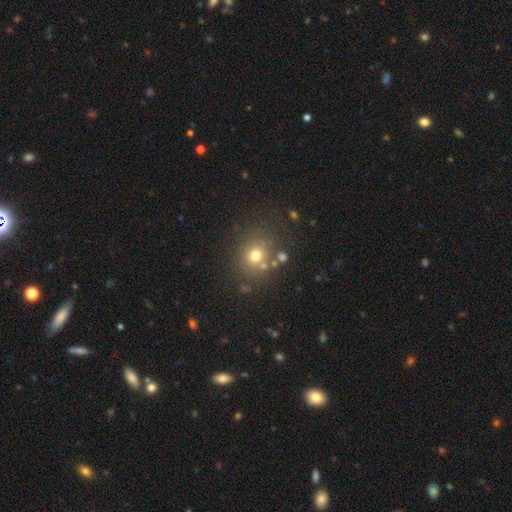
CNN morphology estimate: This appears to be a smooth galaxy with no disk features (69%) that is round (78%). Merging: none (73%).